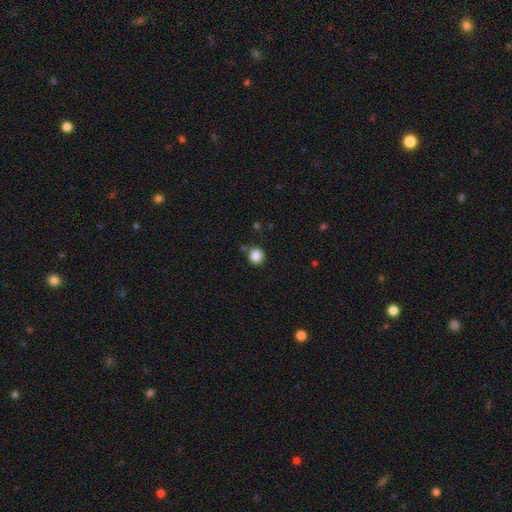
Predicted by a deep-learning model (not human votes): Smooth or featured? Predicted: smooth (p=0.86). How rounded? Predicted: round (p=0.91). Merging? Predicted: none (p=0.80).